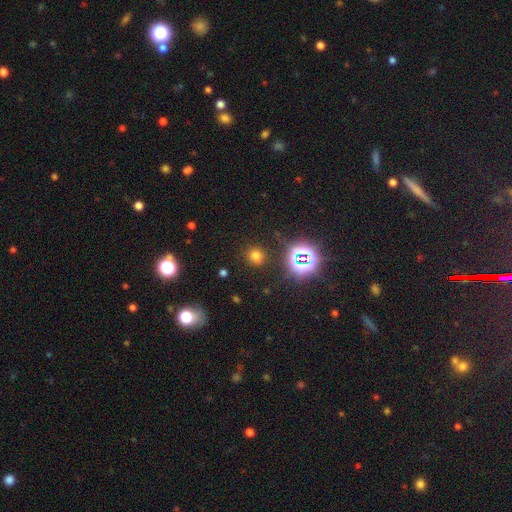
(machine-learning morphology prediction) Smooth or featured? Predicted: smooth (p=0.65). How rounded? Predicted: round (p=0.84). Merging? Predicted: none (p=0.85).